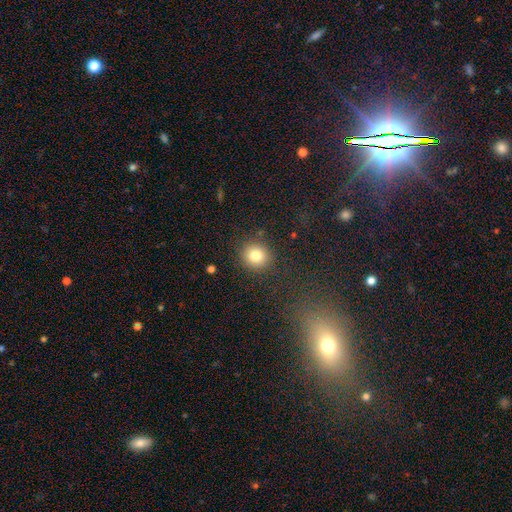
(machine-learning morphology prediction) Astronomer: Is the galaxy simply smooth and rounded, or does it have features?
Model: smooth — 80%.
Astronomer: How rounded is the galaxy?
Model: round — 86%.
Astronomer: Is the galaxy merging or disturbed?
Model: none — 87%.